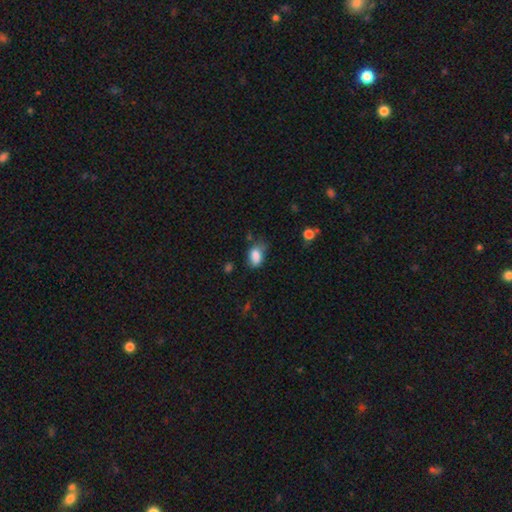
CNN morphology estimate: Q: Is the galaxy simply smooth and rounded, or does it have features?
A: smooth — 83%.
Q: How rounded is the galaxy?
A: in between — 86%.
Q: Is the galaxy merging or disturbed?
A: none — 47%.